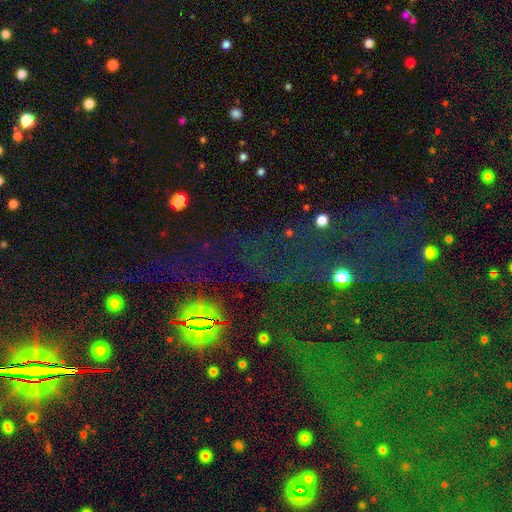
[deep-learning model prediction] A star or artifact, not a galaxy (81%).

Vote fractions:
- Smooth or featured? star or artifact: 81% / smooth: 10% / featured or disk: 8%